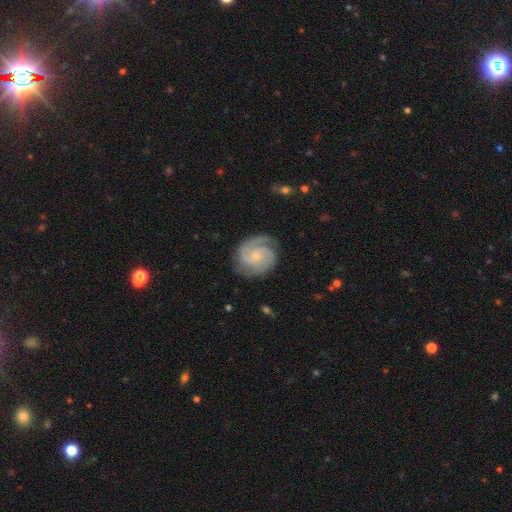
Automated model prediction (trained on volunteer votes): The model was most divided on "spiral winding": tight: 59%, medium: 36%, loose: 5%. More confident: spiral arms — yes (98%); edge-on disk — no (98%); smooth or featured — featured or disk (90%); merging — none (80%); spiral arm count — 2 (70%); bulge size — small (66%); bar — no (64%).